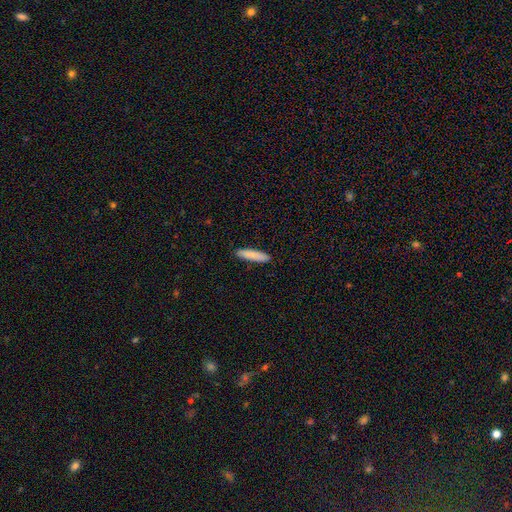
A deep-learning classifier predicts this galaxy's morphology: A smooth galaxy with no disk features (87%) that is cigar-shaped (81%). Merging: none (90%).